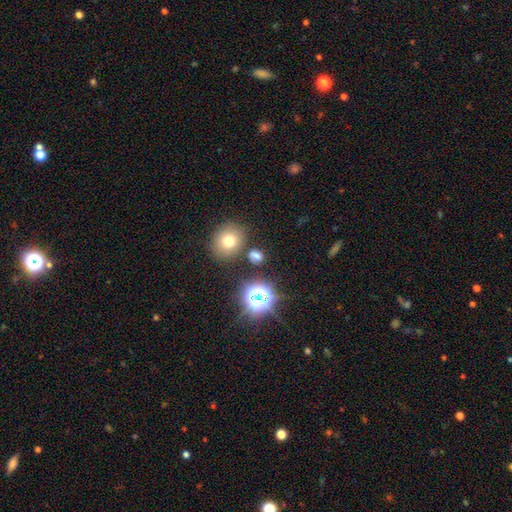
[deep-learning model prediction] Overall: smooth (62%; star or artifact 30%). How rounded: round (62%; in between 36%). Merging: none (76%).